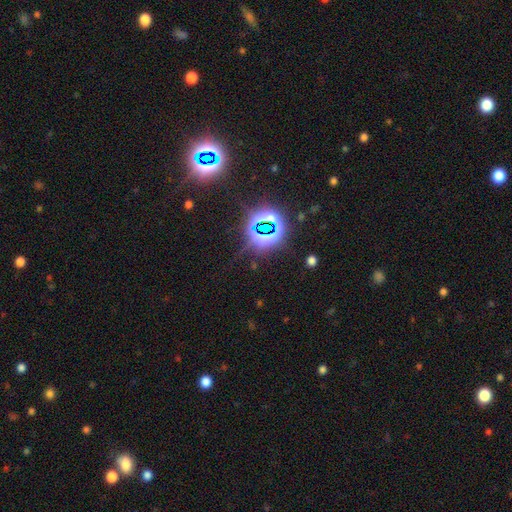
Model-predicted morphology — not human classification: type=star or artifact (83%).